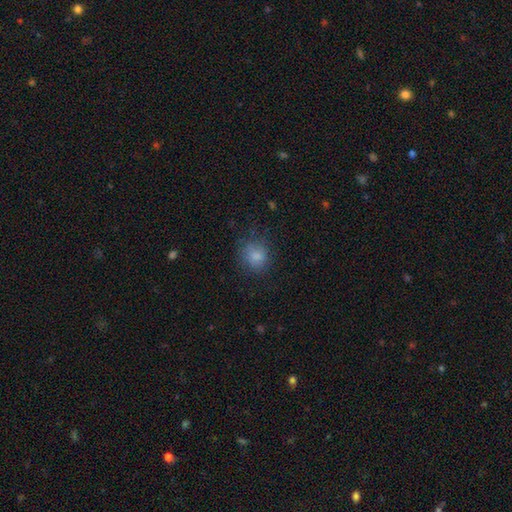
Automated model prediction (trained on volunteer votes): This is clearly a smooth galaxy (82%). How rounded: likely round (75%). Merging: likely none (72%).